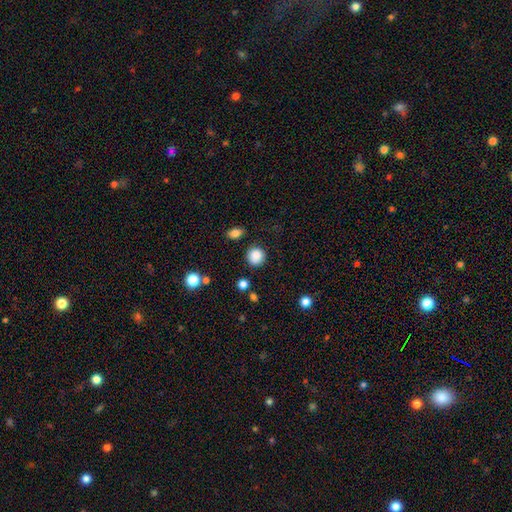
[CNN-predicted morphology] type=smooth (87%); roundness=round (90%); merging=none (86%).